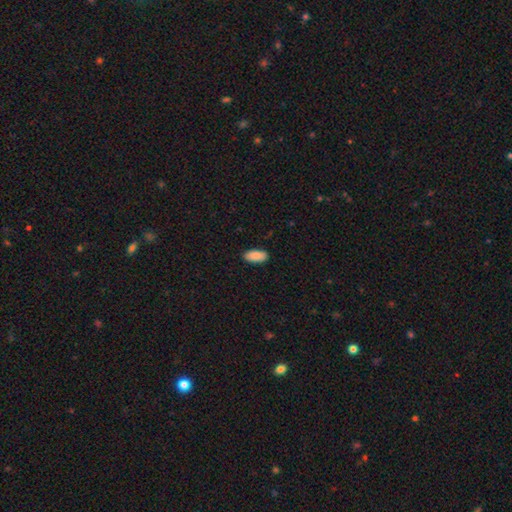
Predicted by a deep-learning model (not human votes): smooth 90%, star or artifact 6%, featured or disk 4%. Down the decision tree: how rounded — in between (91%); merging — none (90%).